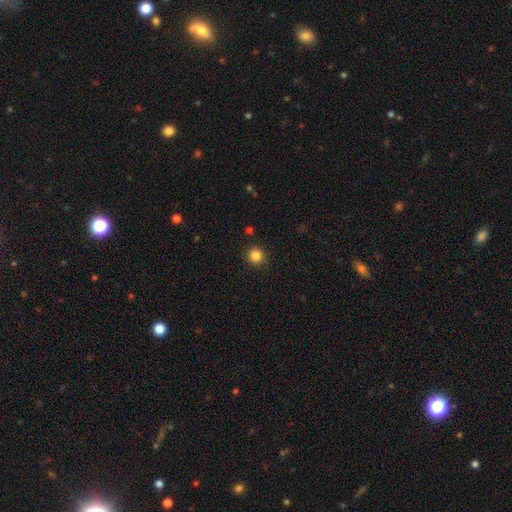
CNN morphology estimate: Smooth or featured: smooth — 85% (star or artifact — 12%)
How rounded: round — 94% (in between — 5%)
Merging: none — 91% (minor disturbance — 5%)